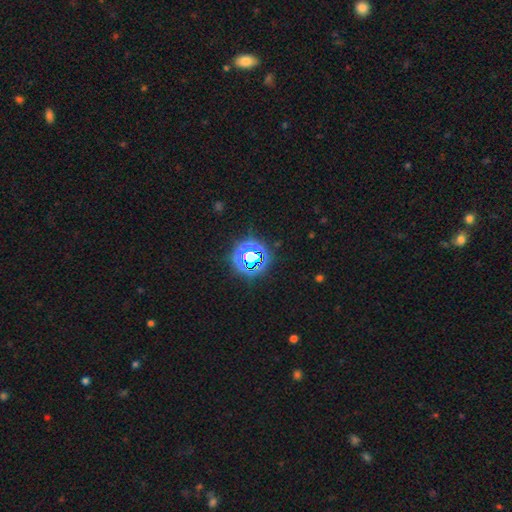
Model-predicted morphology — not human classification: star or artifact 71%, smooth 18%, featured or disk 10%.